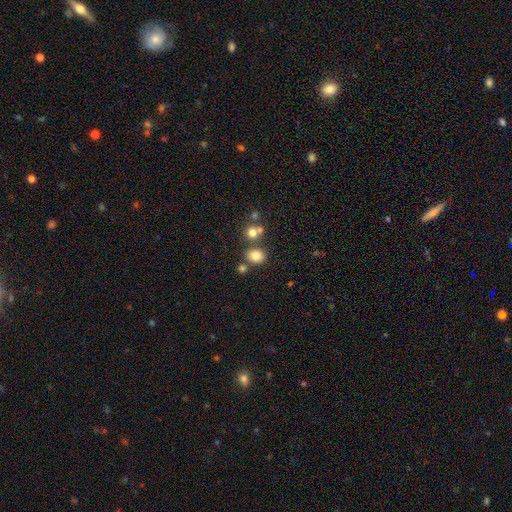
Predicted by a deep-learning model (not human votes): Q: Smooth or featured?
A: smooth (80%); runner-up: star or artifact (13%)
Q: How rounded?
A: round (54%); runner-up: in between (45%)
Q: Merging?
A: none (68%); runner-up: merger (18%)